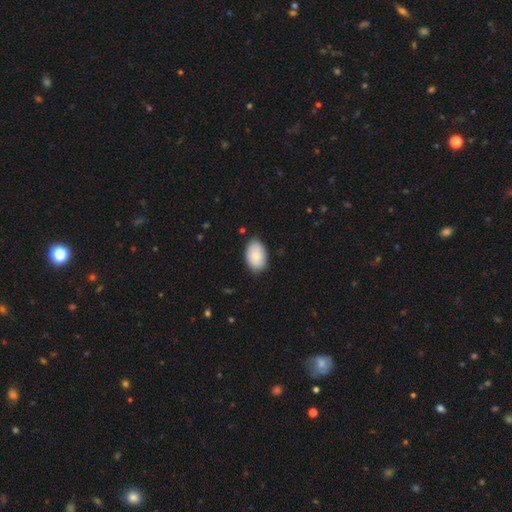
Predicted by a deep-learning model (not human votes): A smooth galaxy with no disk features (86%) that is in between round and cigar-shaped (92%). Merging: none (84%).